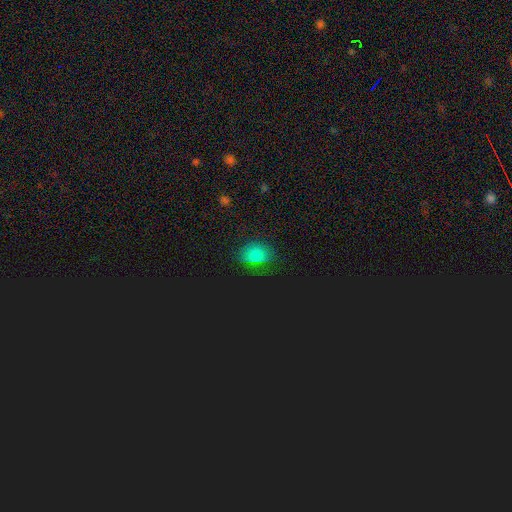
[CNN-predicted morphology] type=smooth (67%); roundness=in between (69%); merging=none (72%).